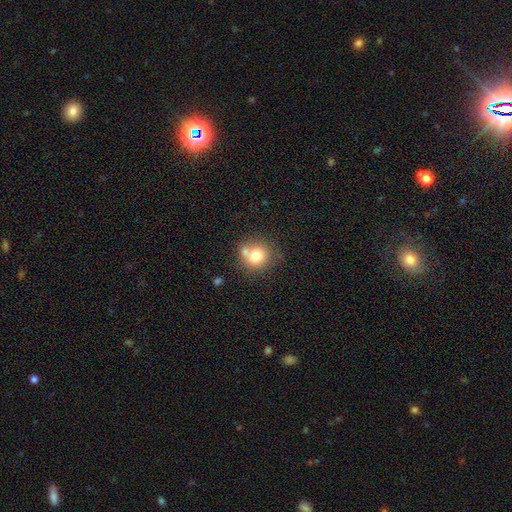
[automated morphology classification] Smooth or featured?
  - smooth: 75% *
  - featured or disk: 14%
  - star or artifact: 11%
How rounded?
  - round: 82% *
  - in between: 17%
  - cigar-shaped: 1%
Merging?
  - none: 52% *
  - merger: 30%
  - minor disturbance: 13%
  - major disturbance: 5%